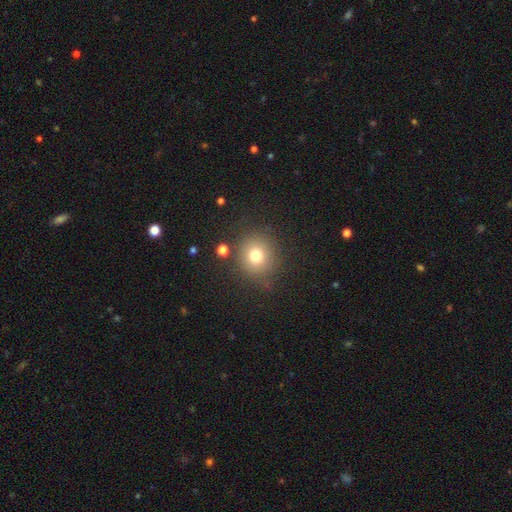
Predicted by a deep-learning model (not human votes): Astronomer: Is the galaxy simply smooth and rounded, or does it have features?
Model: smooth — 75%.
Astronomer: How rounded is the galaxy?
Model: round — 88%.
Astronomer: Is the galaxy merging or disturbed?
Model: none — 81%.